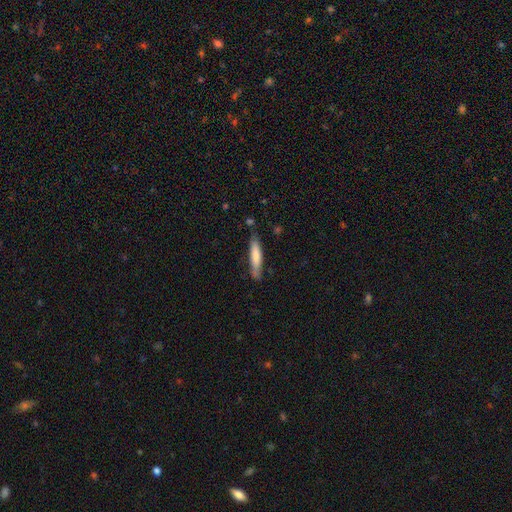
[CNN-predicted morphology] Smooth or featured? smooth (72%)
How rounded? cigar-shaped (85%)
Merging? none (78%)